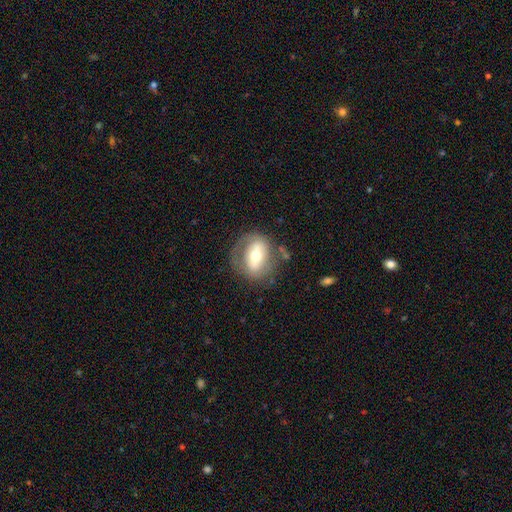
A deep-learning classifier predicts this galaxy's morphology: The model was most divided on "smooth or featured": featured or disk: 55%, smooth: 38%, star or artifact: 7%. More confident: edge-on disk — no (87%); merging — none (68%).